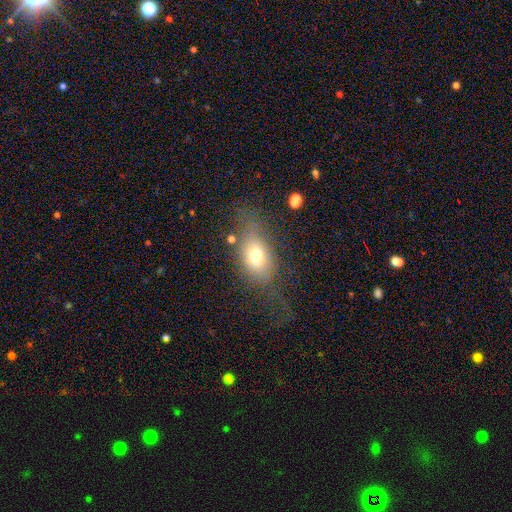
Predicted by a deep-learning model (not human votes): This is likely a smooth galaxy (69%). How rounded: likely in between (79%). Merging: possibly none (51%).